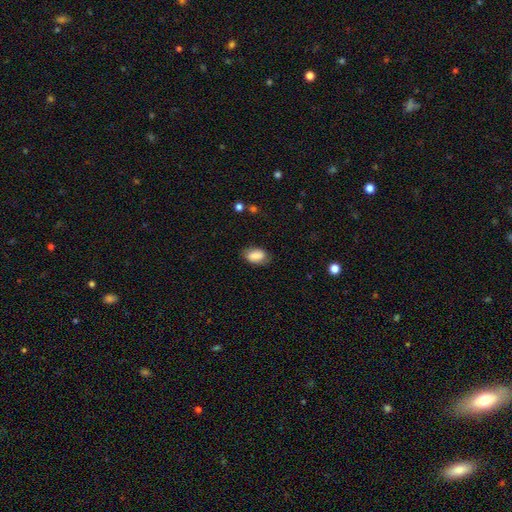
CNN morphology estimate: Q: Smooth or featured?
A: smooth (85%); runner-up: featured or disk (8%)
Q: How rounded?
A: in between (90%); runner-up: round (8%)
Q: Merging?
A: none (77%); runner-up: minor disturbance (18%)